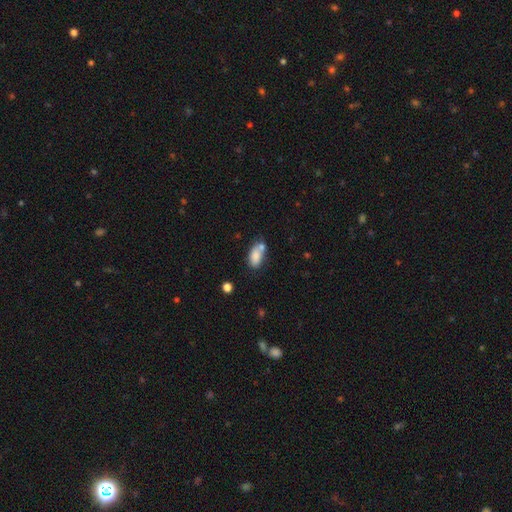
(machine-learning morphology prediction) Overall: smooth (81%). How rounded: in between (89%). Merging: none (43%; merger 32%).